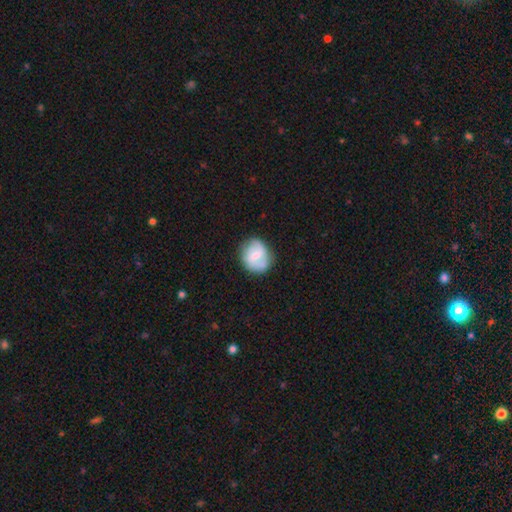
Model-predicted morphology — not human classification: smooth-or-featured: smooth: 59% | featured or disk: 35% | star or artifact: 7%
  how-rounded: round: 70% | in between: 29% | cigar-shaped: 1%
  merging: none: 68% | minor disturbance: 23% | major disturbance: 7% | merger: 3%